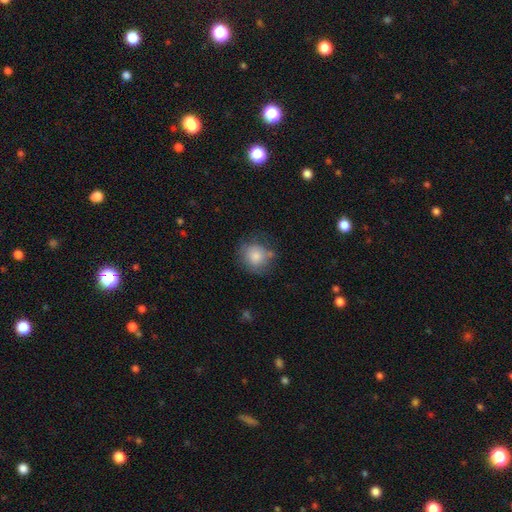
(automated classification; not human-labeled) Smooth or featured?
  - smooth: 81% *
  - featured or disk: 11%
  - star or artifact: 8%
How rounded?
  - round: 81% *
  - in between: 18%
  - cigar-shaped: 1%
Merging?
  - none: 62% *
  - minor disturbance: 25%
  - major disturbance: 8%
  - merger: 5%